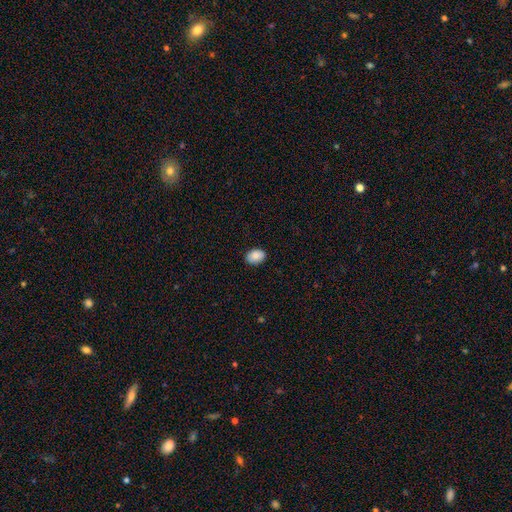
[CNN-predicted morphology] Smooth or featured? Predicted: smooth (p=0.87). How rounded? Predicted: in between (p=0.79). Merging? Predicted: none (p=0.87).